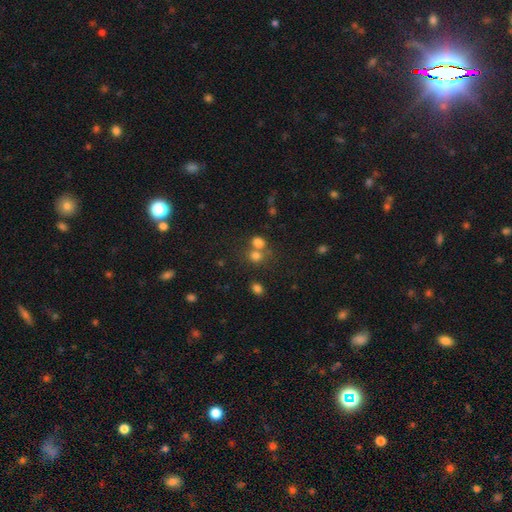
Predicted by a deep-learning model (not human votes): Smooth or featured? smooth (74%)
How rounded? round (69%)
Merging? merger (45%)